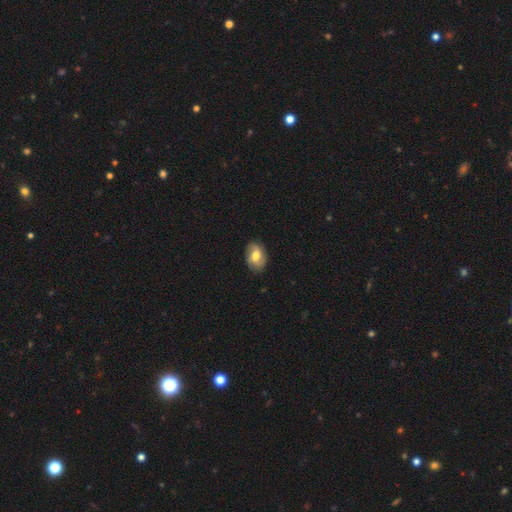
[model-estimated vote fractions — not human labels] Smooth or featured: smooth — 49% (featured or disk — 44%)
Merging: none — 81% (minor disturbance — 14%)